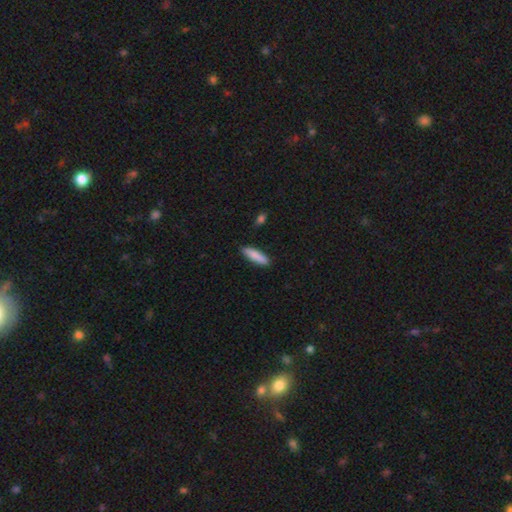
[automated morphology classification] Overall: smooth (86%). How rounded: cigar-shaped (71%). Merging: none (88%).